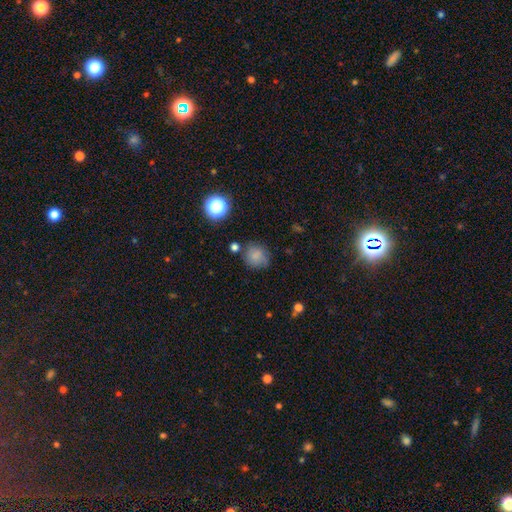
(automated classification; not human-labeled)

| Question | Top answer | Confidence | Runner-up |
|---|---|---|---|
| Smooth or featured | smooth | 78% | star or artifact (13%) |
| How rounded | round | 86% | in between (13%) |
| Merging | none | 71% | minor disturbance (18%) |